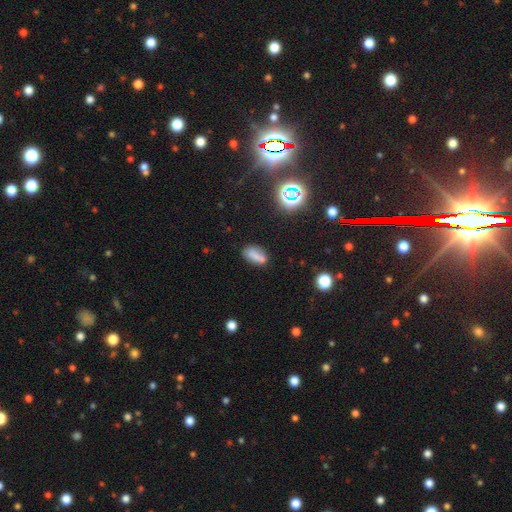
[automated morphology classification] Q: Smooth or featured?
A: smooth (72%); runner-up: featured or disk (14%)
Q: How rounded?
A: in between (82%); runner-up: cigar-shaped (12%)
Q: Merging?
A: none (66%); runner-up: minor disturbance (18%)